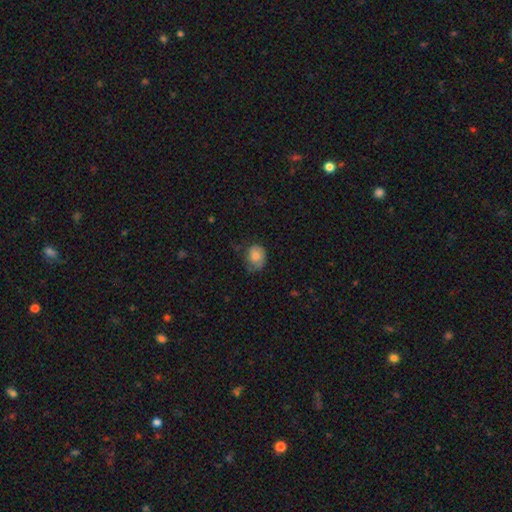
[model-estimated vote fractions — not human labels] smooth_or_featured: smooth (p=0.81) [alt: featured or disk p=0.12]
how_rounded: in between (p=0.52) [alt: round p=0.47]
merging: none (p=0.50) [alt: minor disturbance p=0.35]